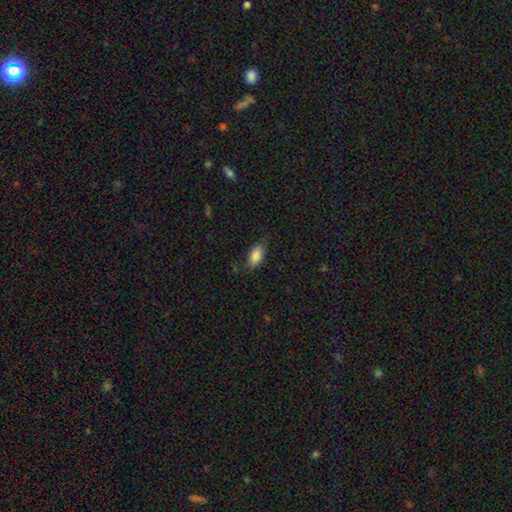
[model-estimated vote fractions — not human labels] smooth 86%, star or artifact 7%, featured or disk 7%. Down the decision tree: how rounded — in between (91%); merging — none (77%).